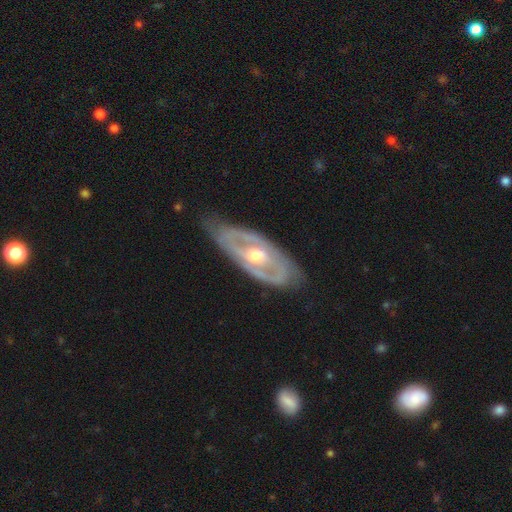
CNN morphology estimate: Smooth or featured? featured or disk (80%)
Edge-on disk? no (87%)
Bar? no (52%)
Spiral arms? yes (59%)
Bulge size? moderate (69%)
Merging? none (72%)